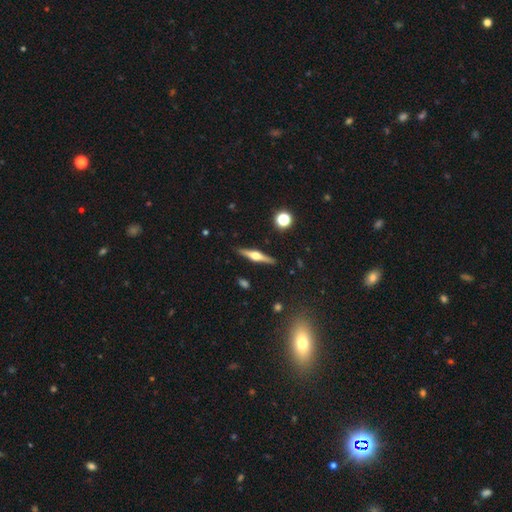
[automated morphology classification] A featured or disk galaxy (72%) viewed edge-on (98%) with a rounded central bulge (93%).

Vote fractions:
- Smooth or featured? featured or disk: 72% / smooth: 22% / star or artifact: 6%
- Edge-on disk? yes: 98% / no: 2%
- Edge-on bulge? rounded: 93% / boxy: 5% / none: 2%
- Merging? none: 90% / minor disturbance: 7% / major disturbance: 2% / merger: 1%